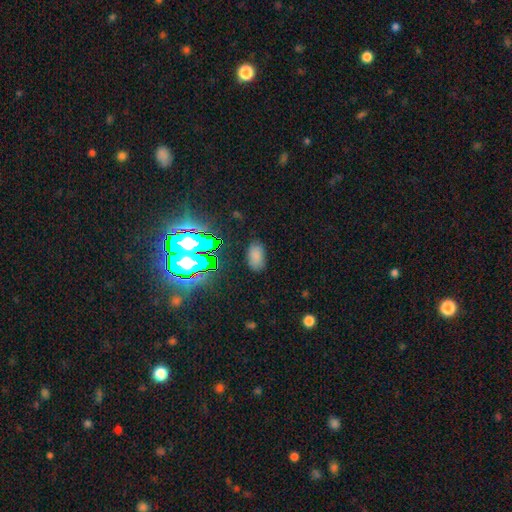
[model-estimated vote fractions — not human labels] smooth_or_featured: smooth (p=0.72) [alt: star or artifact p=0.21]
how_rounded: in between (p=0.92) [alt: round p=0.06]
merging: none (p=0.82) [alt: minor disturbance p=0.12]